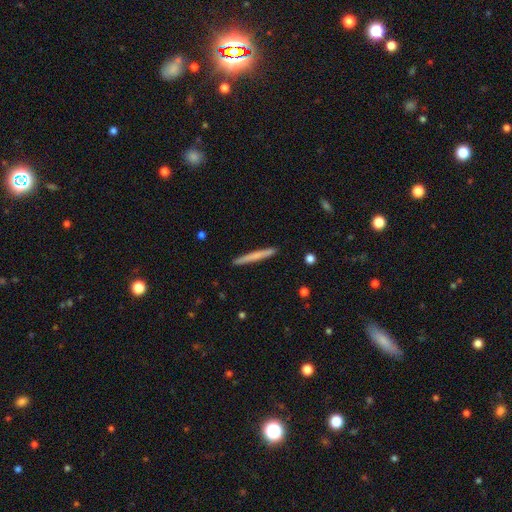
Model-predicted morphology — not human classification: Smooth or featured?
  - smooth: 64% *
  - featured or disk: 31%
  - star or artifact: 5%
How rounded?
  - cigar-shaped: 97% *
  - in between: 2%
  - round: 1%
Merging?
  - none: 91% *
  - minor disturbance: 6%
  - major disturbance: 1%
  - merger: 1%